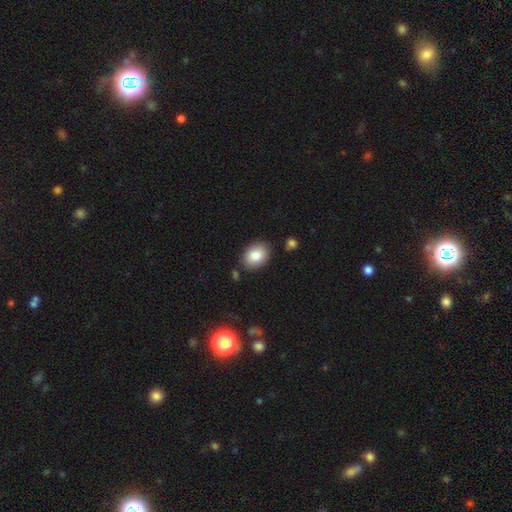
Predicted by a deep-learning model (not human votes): A smooth galaxy with no disk features (84%) that is in between round and cigar-shaped (72%).

Vote fractions:
- Smooth or featured? smooth: 84% / featured or disk: 9% / star or artifact: 8%
- How rounded? in between: 72% / round: 27% / cigar-shaped: 1%
- Merging? none: 83% / minor disturbance: 11% / merger: 4% / major disturbance: 2%